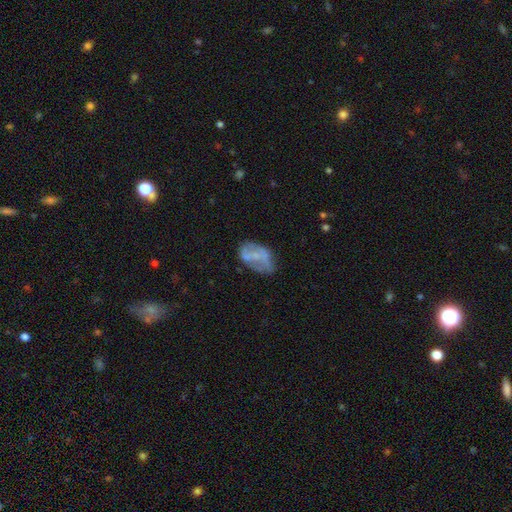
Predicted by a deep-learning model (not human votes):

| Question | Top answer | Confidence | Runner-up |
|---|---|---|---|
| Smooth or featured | featured or disk | 50% | smooth (41%) |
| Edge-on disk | no | 96% | yes (4%) |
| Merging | none | 47% | minor disturbance (28%) |